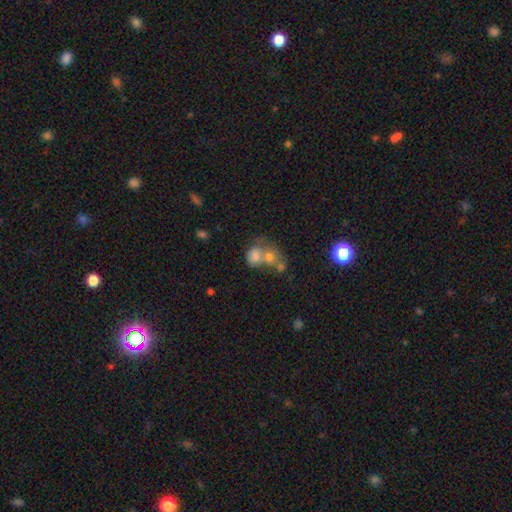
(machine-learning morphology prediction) Smooth or featured? smooth (69%)
How rounded? round (51%)
Merging? merger (64%)